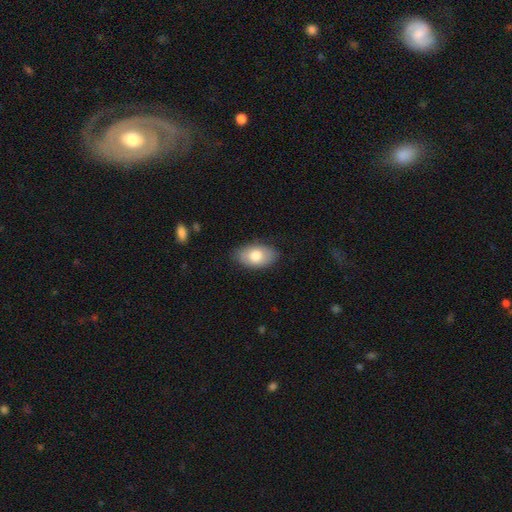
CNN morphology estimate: A smooth galaxy with no disk features (75%) that is in between round and cigar-shaped (93%).

Vote fractions:
- Smooth or featured? smooth: 75% / featured or disk: 19% / star or artifact: 6%
- How rounded? in between: 93% / round: 6% / cigar-shaped: 1%
- Merging? none: 82% / minor disturbance: 15% / major disturbance: 3% / merger: 1%